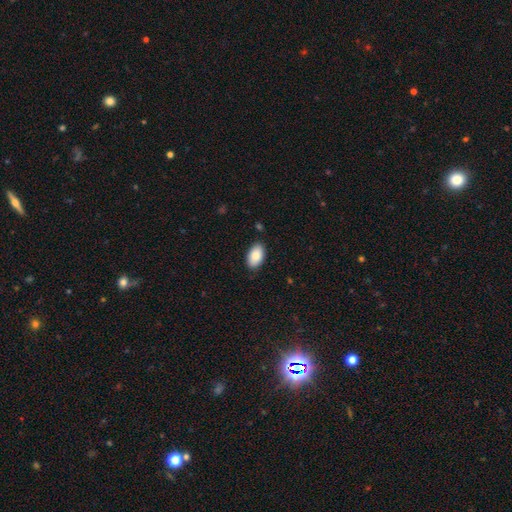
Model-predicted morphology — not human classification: Smooth or featured?
  - smooth: 86% *
  - featured or disk: 8%
  - star or artifact: 7%
How rounded?
  - in between: 95% *
  - round: 4%
  - cigar-shaped: 1%
Merging?
  - none: 87% *
  - minor disturbance: 10%
  - major disturbance: 2%
  - merger: 1%